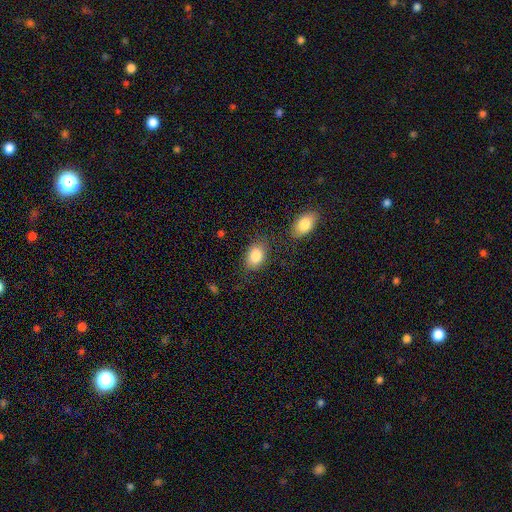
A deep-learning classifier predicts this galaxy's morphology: This appears to be a smooth galaxy with no disk features (85%) that is in between round and cigar-shaped (79%). Merging: none (73%).